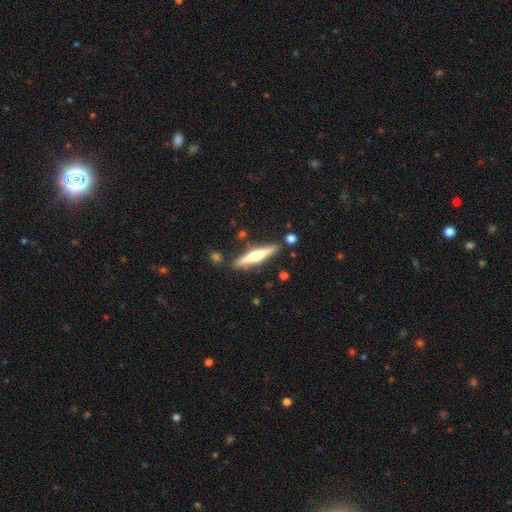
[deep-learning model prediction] A featured or disk galaxy (58%) viewed edge-on (96%) with a rounded central bulge (86%). Merging: none (85%).